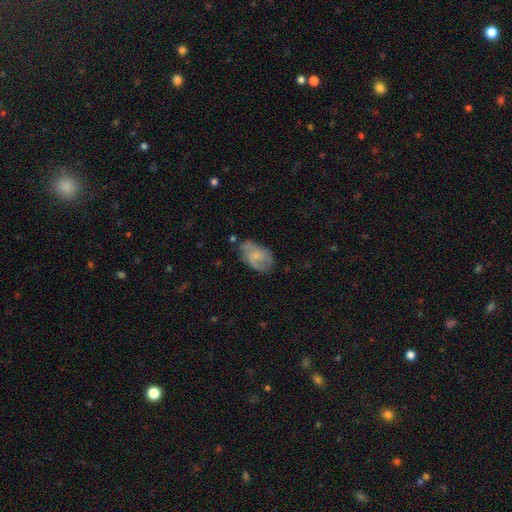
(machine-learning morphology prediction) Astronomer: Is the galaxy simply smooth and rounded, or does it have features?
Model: featured or disk — 50% (runner-up: smooth, 43%).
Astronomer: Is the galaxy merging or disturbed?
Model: none — 58%.